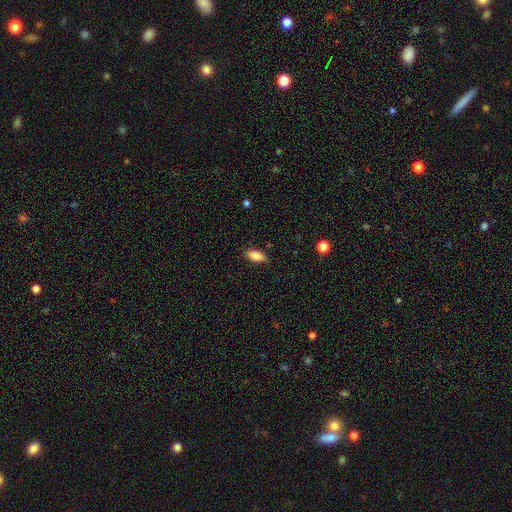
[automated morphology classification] smooth_or_featured: smooth (p=0.83) [alt: featured or disk p=0.10]
how_rounded: in between (p=0.85) [alt: cigar-shaped p=0.13]
merging: none (p=0.83) [alt: minor disturbance p=0.13]